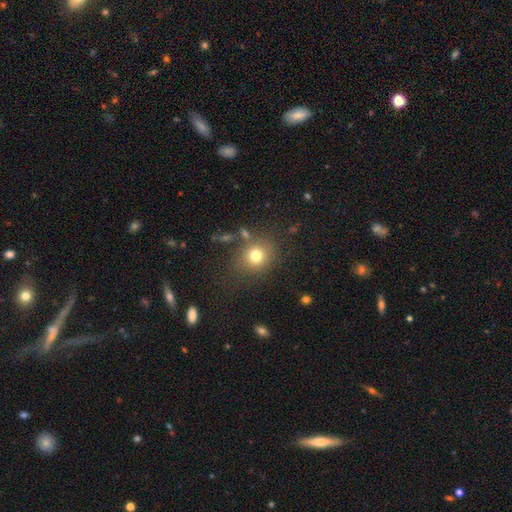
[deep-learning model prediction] A smooth galaxy with no disk features (76%) that is round (74%).

Vote fractions:
- Smooth or featured? smooth: 76% / star or artifact: 14% / featured or disk: 10%
- How rounded? round: 74% / in between: 25% / cigar-shaped: 1%
- Merging? none: 76% / minor disturbance: 12% / merger: 6% / major disturbance: 6%